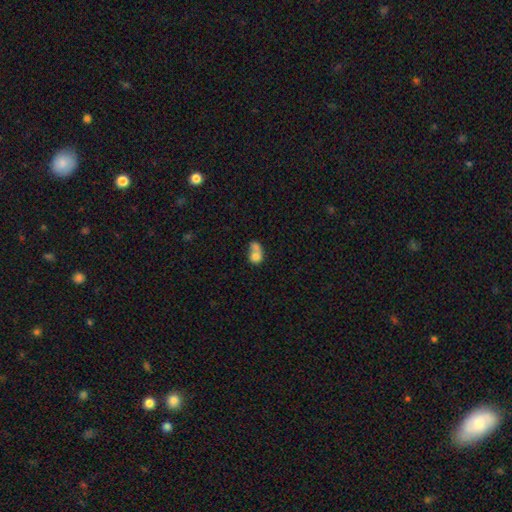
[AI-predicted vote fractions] Morphology: type=smooth (72%); roundness=in between (49%, tied with round); merging=merger (64%).